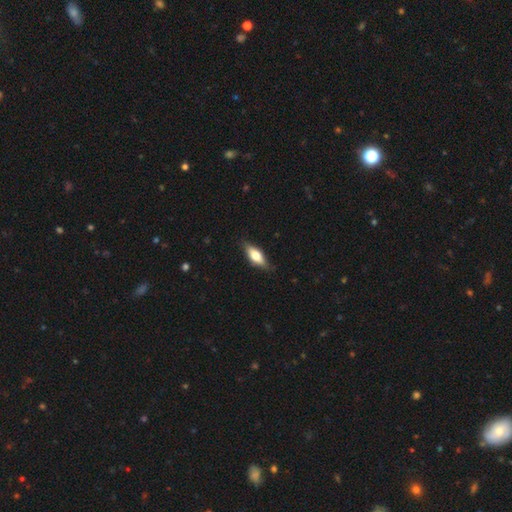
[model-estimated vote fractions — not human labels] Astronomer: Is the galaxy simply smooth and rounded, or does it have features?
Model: smooth — 60%.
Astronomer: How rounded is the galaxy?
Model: in between — 68%.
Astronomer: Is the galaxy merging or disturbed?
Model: none — 82%.